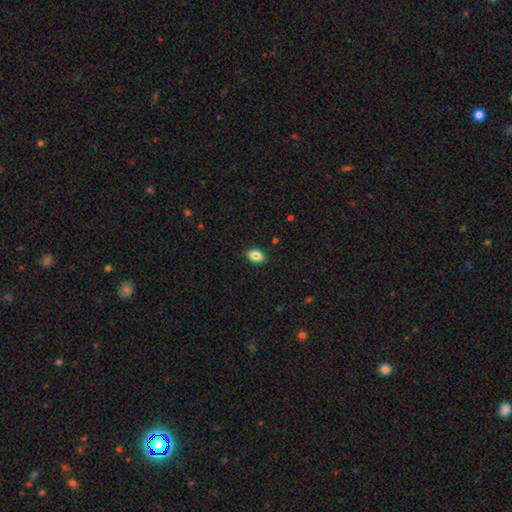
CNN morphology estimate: This is clearly a smooth galaxy (85%). How rounded: clearly in between (87%). Merging: clearly none (88%).